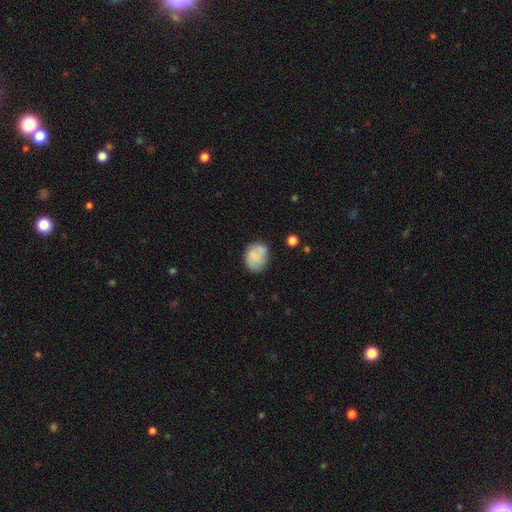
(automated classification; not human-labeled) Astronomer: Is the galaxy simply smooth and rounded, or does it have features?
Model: smooth — 76%.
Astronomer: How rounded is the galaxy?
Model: round — 54% (runner-up: in between, 45%).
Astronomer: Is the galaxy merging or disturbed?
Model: none — 64%.